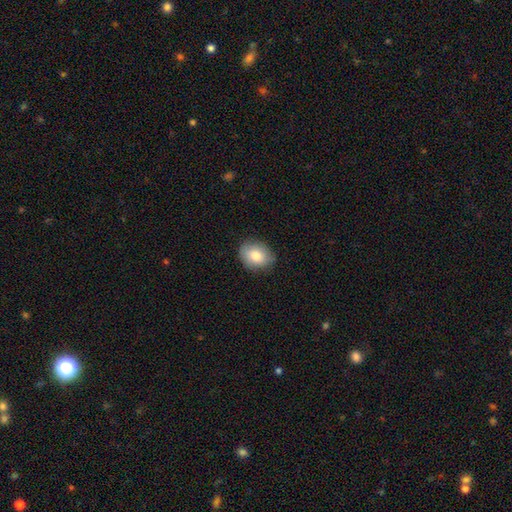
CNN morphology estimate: Smooth or featured? smooth (81%)
How rounded? in between (54%)
Merging? none (82%)